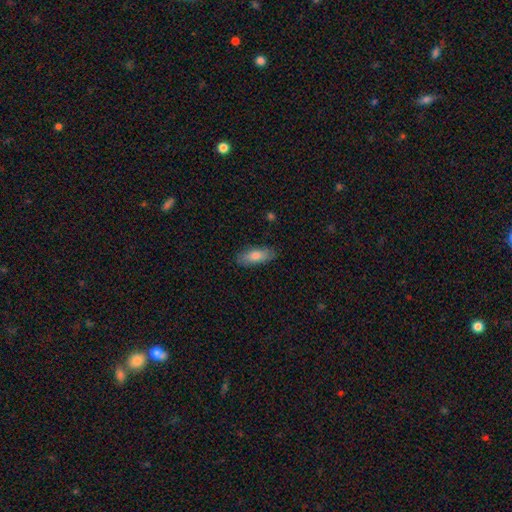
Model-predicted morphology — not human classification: Overall: smooth (79%). How rounded: in between (74%). Merging: none (85%).